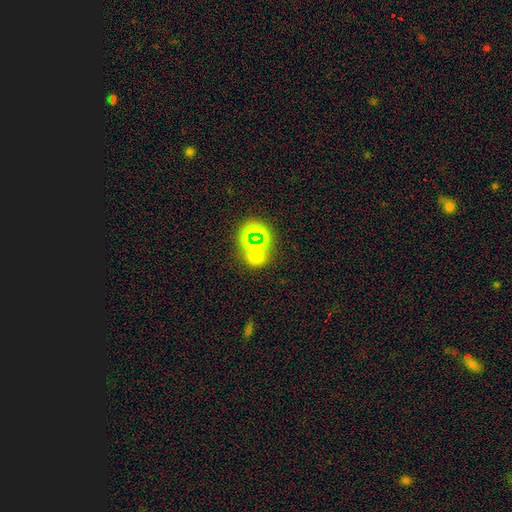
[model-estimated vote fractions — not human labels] A smooth galaxy with no disk features (54%) that is round (79%). Merging: none (63%).